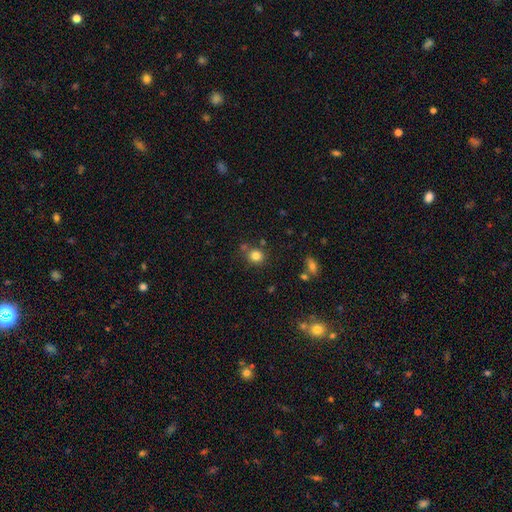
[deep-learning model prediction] Q: Smooth or featured?
A: smooth (82%); runner-up: star or artifact (12%)
Q: How rounded?
A: round (87%); runner-up: in between (12%)
Q: Merging?
A: none (74%); runner-up: merger (11%)